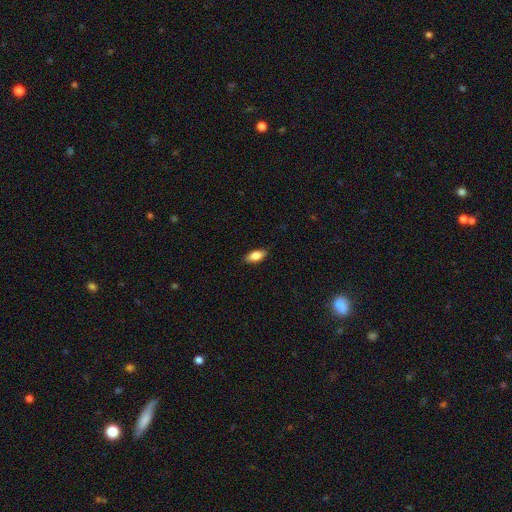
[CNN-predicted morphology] Smooth or featured?
  - smooth: 81% *
  - featured or disk: 12%
  - star or artifact: 7%
How rounded?
  - in between: 87% *
  - cigar-shaped: 10%
  - round: 3%
Merging?
  - none: 87% *
  - minor disturbance: 10%
  - major disturbance: 2%
  - merger: 1%